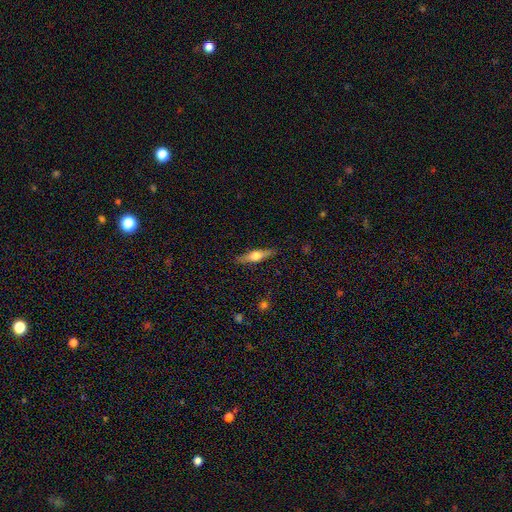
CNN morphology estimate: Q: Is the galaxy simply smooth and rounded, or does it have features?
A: featured or disk — 52%.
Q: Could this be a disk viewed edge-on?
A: yes — 93%.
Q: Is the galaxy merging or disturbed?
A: none — 87%.